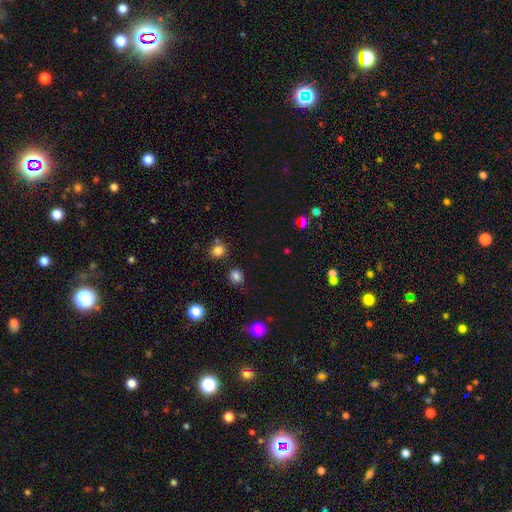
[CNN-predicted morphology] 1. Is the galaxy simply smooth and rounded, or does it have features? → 67% smooth, 27% star or artifact, 6% featured or disk.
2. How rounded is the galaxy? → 77% round, 21% in between, 2% cigar-shaped.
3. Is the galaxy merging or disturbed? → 79% none, 11% minor disturbance, 6% merger, 5% major disturbance.